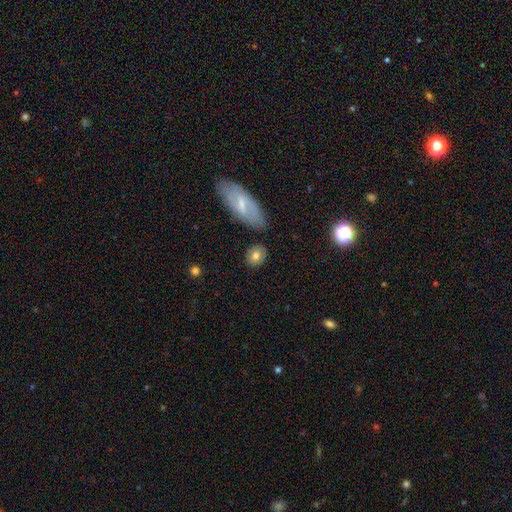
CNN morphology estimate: Smooth or featured? smooth (74%)
How rounded? round (54%)
Merging? none (81%)